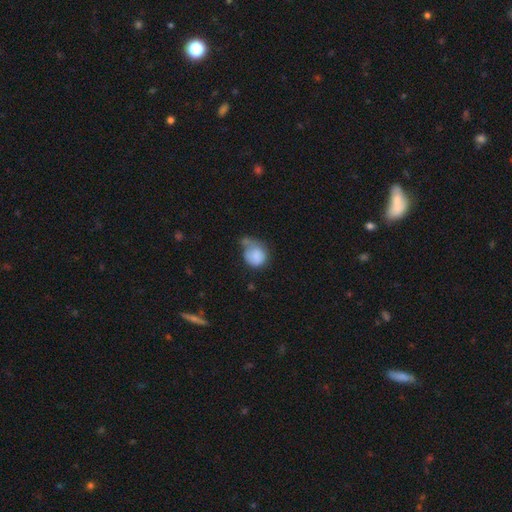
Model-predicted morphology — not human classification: smooth 80%, featured or disk 13%, star or artifact 7%. Down the decision tree: how rounded — round (65%); merging — minor disturbance (31%).